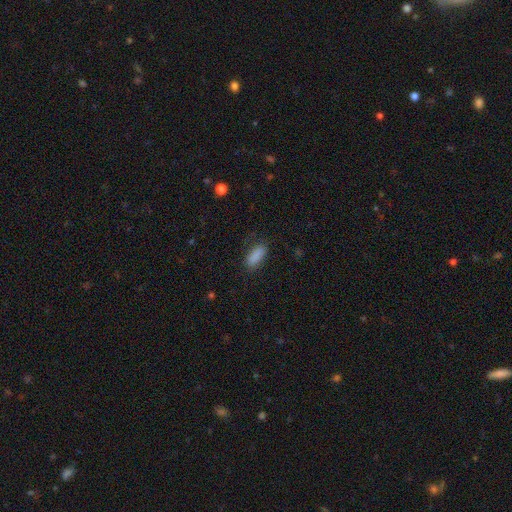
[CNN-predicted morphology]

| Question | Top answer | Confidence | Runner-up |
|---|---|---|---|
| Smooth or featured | smooth | 88% | star or artifact (8%) |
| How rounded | in between | 82% | cigar-shaped (15%) |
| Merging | none | 79% | minor disturbance (15%) |